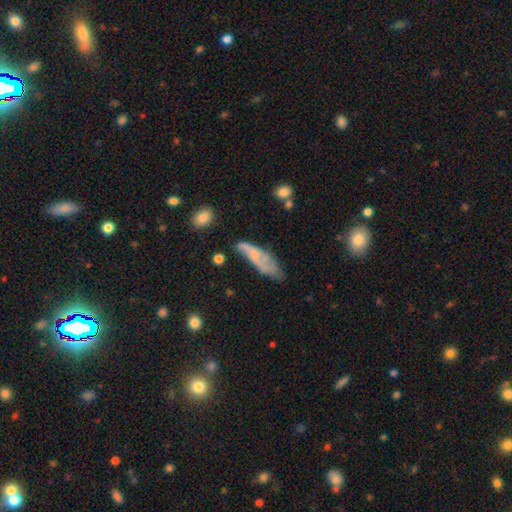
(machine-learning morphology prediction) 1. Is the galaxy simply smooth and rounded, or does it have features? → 49% featured or disk, 42% smooth, 9% star or artifact.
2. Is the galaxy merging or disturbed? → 44% none, 31% minor disturbance, 18% major disturbance, 7% merger.